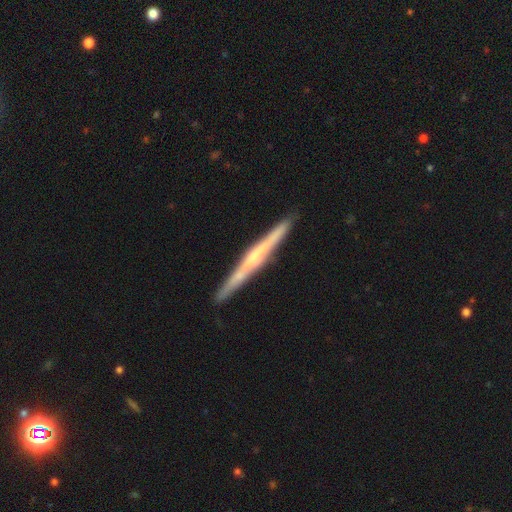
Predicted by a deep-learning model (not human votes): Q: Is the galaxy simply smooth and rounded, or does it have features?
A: featured or disk — 76%.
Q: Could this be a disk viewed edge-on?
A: yes — 98%.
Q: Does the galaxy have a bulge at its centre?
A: rounded — 57%.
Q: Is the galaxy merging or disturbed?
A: none — 90%.